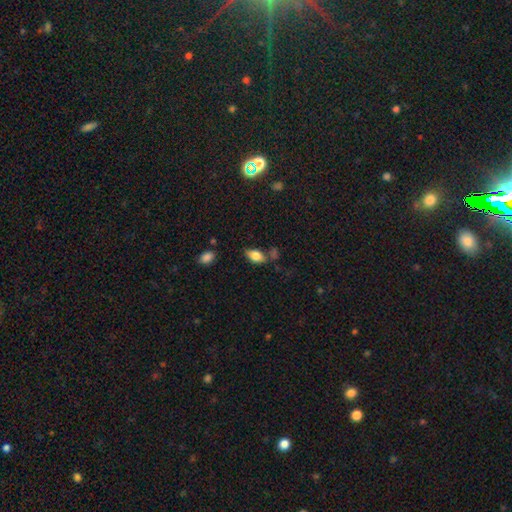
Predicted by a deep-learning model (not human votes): A smooth galaxy with no disk features (78%) that is in between round and cigar-shaped (89%).

Vote fractions:
- Smooth or featured? smooth: 78% / featured or disk: 13% / star or artifact: 8%
- How rounded? in between: 89% / round: 6% / cigar-shaped: 5%
- Merging? none: 64% / minor disturbance: 20% / merger: 10% / major disturbance: 6%